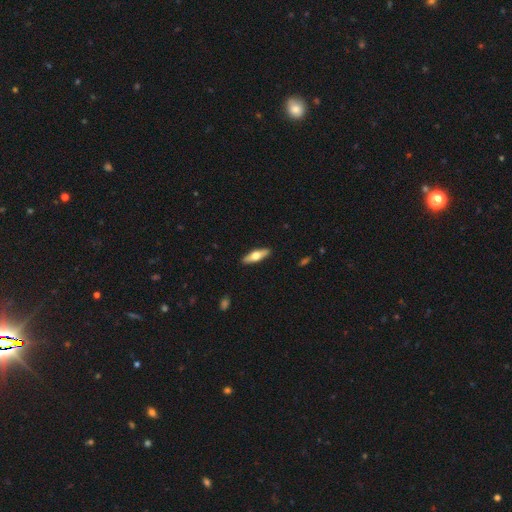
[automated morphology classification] This appears to be a smooth galaxy with no disk features (51%) that is cigar-shaped (54%). Merging: none (90%).